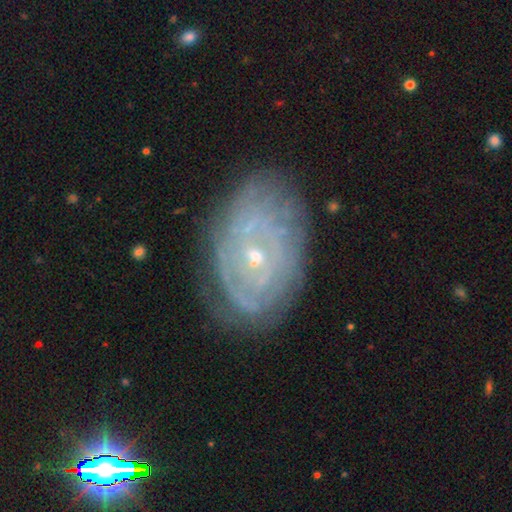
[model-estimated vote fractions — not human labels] smooth-or-featured: featured or disk: 79% | smooth: 13% | star or artifact: 8%
  disk-edge-on: no: 95% | yes: 5%
    bar: no: 71% | weak: 23% | strong: 6%
    has-spiral-arms: yes: 80% | no: 20%
      spiral-winding: tight: 80% | medium: 15% | loose: 5%
      spiral-arm-count: can't tell: 57% | 2: 14% | 3: 8% | more than 4: 8% | 4: 7% | 1: 5%
    bulge-size: small: 68% | moderate: 29% | large: 1% | none: 1% | dominant: 1%
  merging: none: 75% | minor disturbance: 17% | major disturbance: 6% | merger: 2%